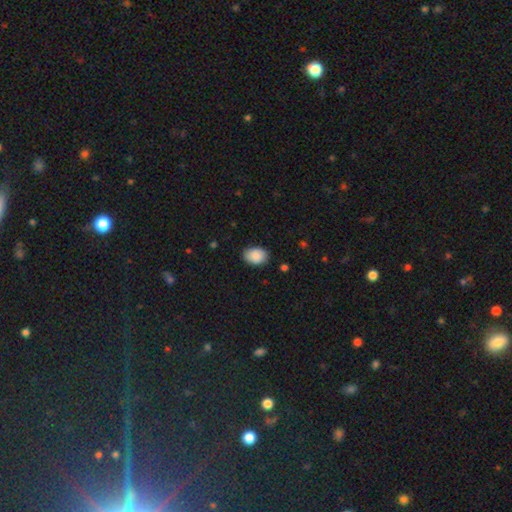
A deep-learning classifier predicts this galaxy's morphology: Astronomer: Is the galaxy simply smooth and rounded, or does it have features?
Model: smooth — 89%.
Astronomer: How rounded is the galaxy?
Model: in between — 80%.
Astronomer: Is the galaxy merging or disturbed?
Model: none — 85%.